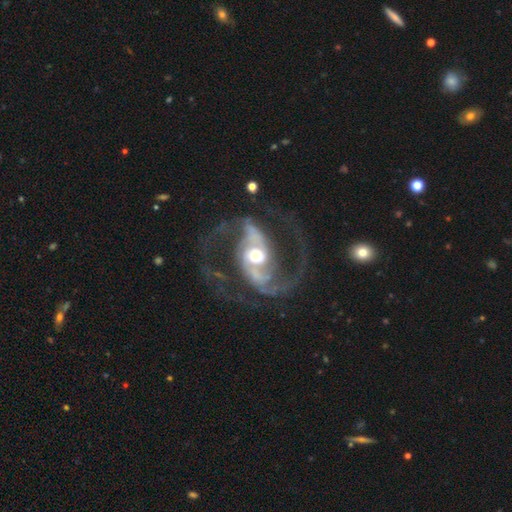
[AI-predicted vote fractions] Smooth or featured?
  - featured or disk: 91% *
  - star or artifact: 5%
  - smooth: 5%
Edge-on disk?
  - no: 97% *
  - yes: 3%
Bar?
  - no: 51% *
  - weak: 30%
  - strong: 19%
Spiral arms?
  - yes: 96% *
  - no: 4%
Spiral winding?
  - medium: 51% *
  - loose: 34%
  - tight: 15%
Spiral arm count?
  - 2: 62% *
  - 3: 18%
  - can't tell: 7%
  - 1: 5%
  - 4: 5%
  - more than 4: 4%
Bulge size?
  - moderate: 56% *
  - small: 29%
  - large: 12%
  - dominant: 2%
  - none: 1%
Merging?
  - none: 52% *
  - major disturbance: 30%
  - minor disturbance: 14%
  - merger: 4%